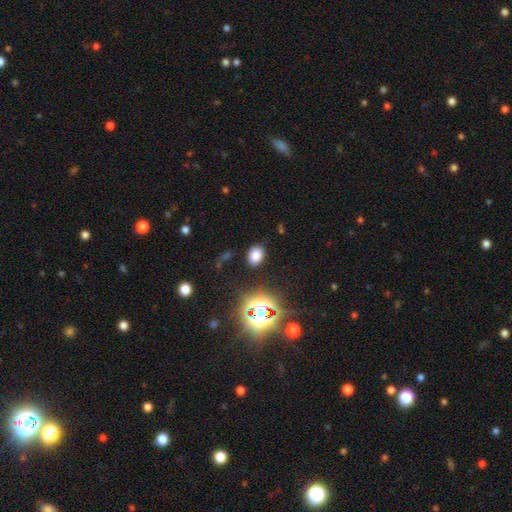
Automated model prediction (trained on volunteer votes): Smooth or featured: smooth — 75% (star or artifact — 18%)
How rounded: in between — 67% (round — 32%)
Merging: none — 85% (minor disturbance — 10%)